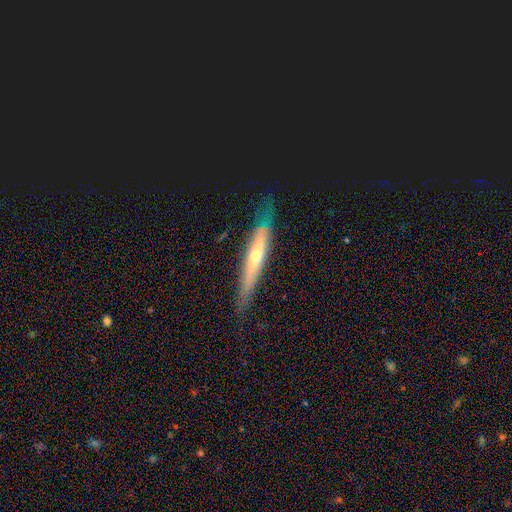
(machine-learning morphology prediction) Smooth or featured? Predicted: featured or disk (p=0.63). Edge-on disk? Predicted: yes (p=0.78). Merging? Predicted: none (p=0.75).